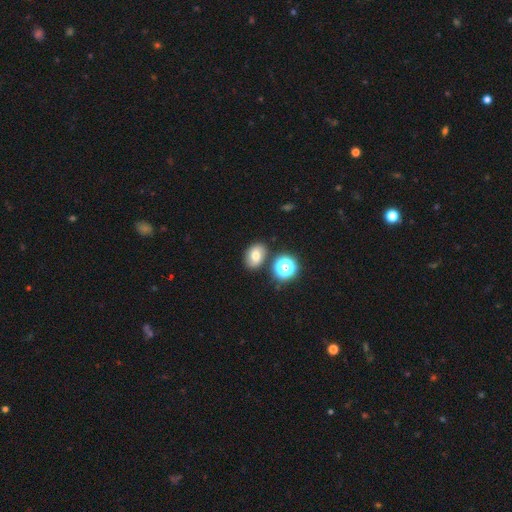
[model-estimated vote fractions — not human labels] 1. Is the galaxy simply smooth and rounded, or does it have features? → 64% smooth, 20% featured or disk, 15% star or artifact.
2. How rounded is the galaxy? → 67% in between, 32% round, 1% cigar-shaped.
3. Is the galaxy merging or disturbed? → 78% none, 11% minor disturbance, 7% merger, 3% major disturbance.